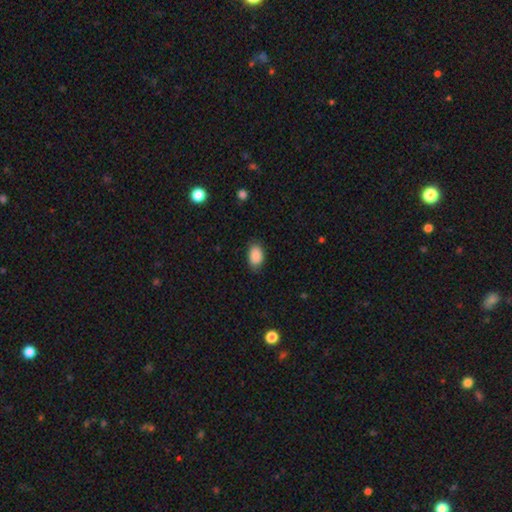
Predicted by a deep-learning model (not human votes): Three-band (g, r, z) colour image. It shows a smooth galaxy with no disk features (89%) that is in between round and cigar-shaped (90%). Merging: none (81%).